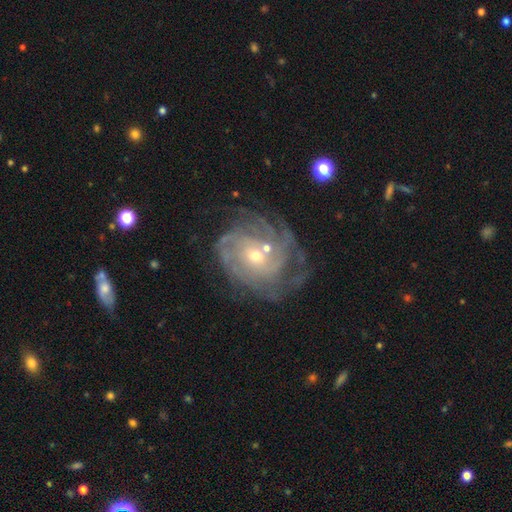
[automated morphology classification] The model was most divided on "spiral arm count": can't tell: 33%, 4: 21%, 3: 17%, more than 4: 13%, 2: 10%, 1: 7%. More confident: edge-on disk — no (97%); spiral arms — yes (95%); smooth or featured — featured or disk (86%); bar — no (72%); spiral winding — tight (68%); merging — none (61%); bulge size — small (60%).